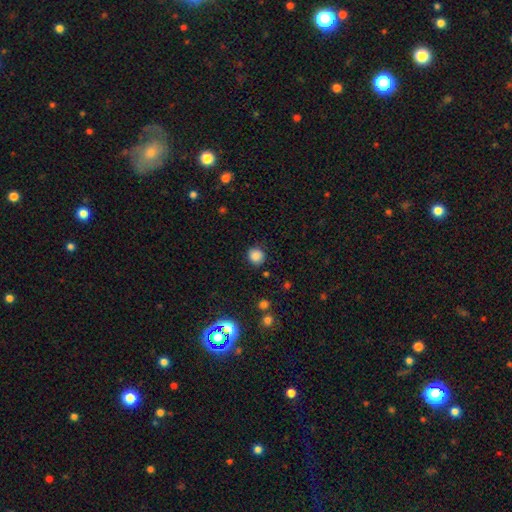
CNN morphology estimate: This is clearly a smooth galaxy (85%). How rounded: clearly round (86%). Merging: clearly none (85%).